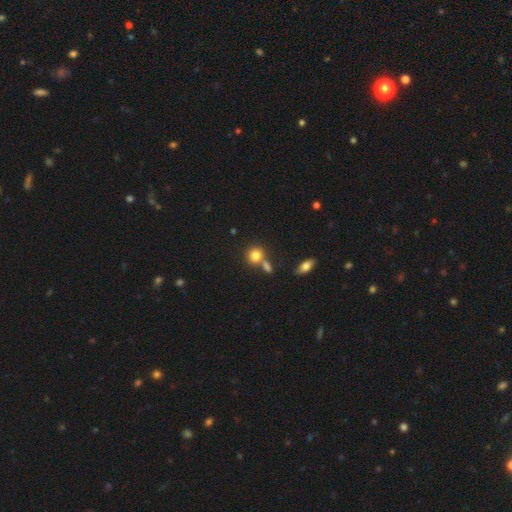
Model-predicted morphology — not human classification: Smooth or featured: smooth — 82% (star or artifact — 10%)
How rounded: round — 77% (in between — 22%)
Merging: none — 54% (merger — 32%)